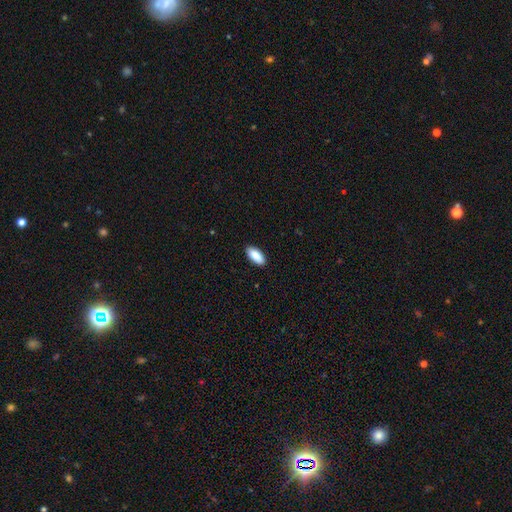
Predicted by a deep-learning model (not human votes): Smooth or featured? smooth (89%)
How rounded? in between (87%)
Merging? none (90%)